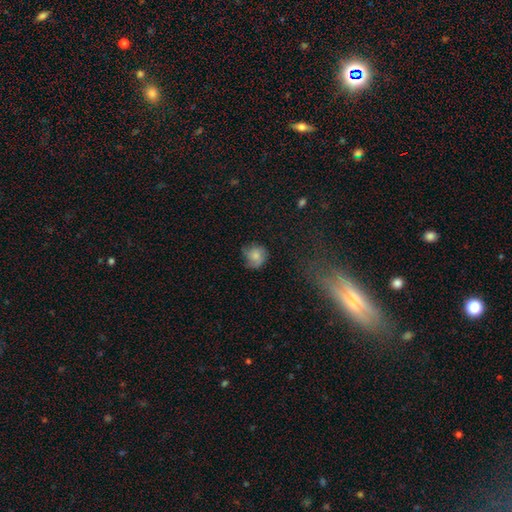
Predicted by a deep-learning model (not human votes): Smooth or featured: smooth — 65% (featured or disk — 25%)
How rounded: round — 79% (in between — 20%)
Merging: none — 56% (minor disturbance — 29%)